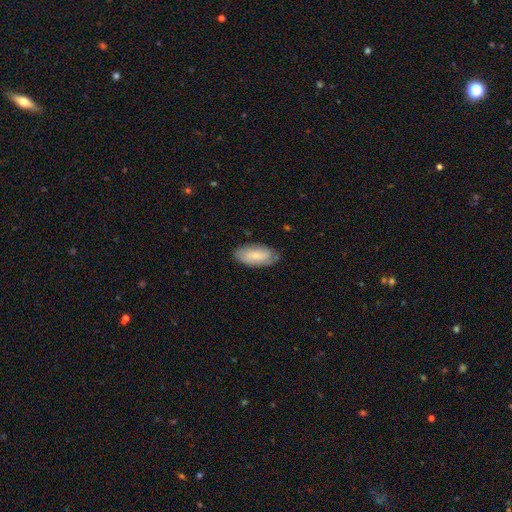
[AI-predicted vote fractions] Overall: smooth (69%). How rounded: in between (90%). Merging: none (78%).